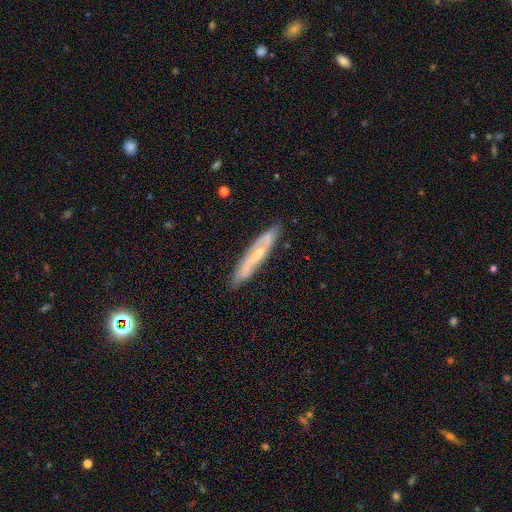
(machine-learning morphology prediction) Smooth or featured? featured or disk (64%)
Edge-on disk? no (53%)
Merging? none (80%)